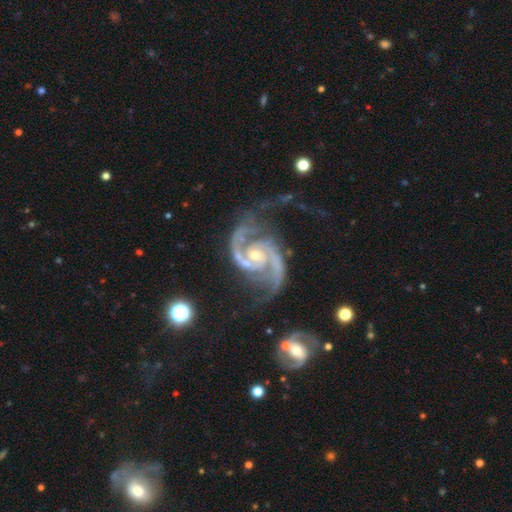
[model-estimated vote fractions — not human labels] This appears to be a featured or disk galaxy (94%) with no bar (59%), 2 (89%) medium (59%) spiral arms (99%) and a small central bulge (55%). Merging: none (45%).